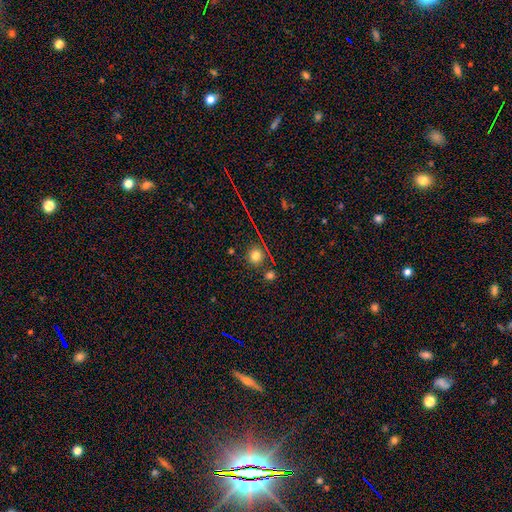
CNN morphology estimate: A smooth galaxy with no disk features (74%) that is round (87%).

Vote fractions:
- Smooth or featured? smooth: 74% / star or artifact: 17% / featured or disk: 9%
- How rounded? round: 87% / in between: 11% / cigar-shaped: 1%
- Merging? none: 77% / merger: 11% / minor disturbance: 9% / major disturbance: 3%